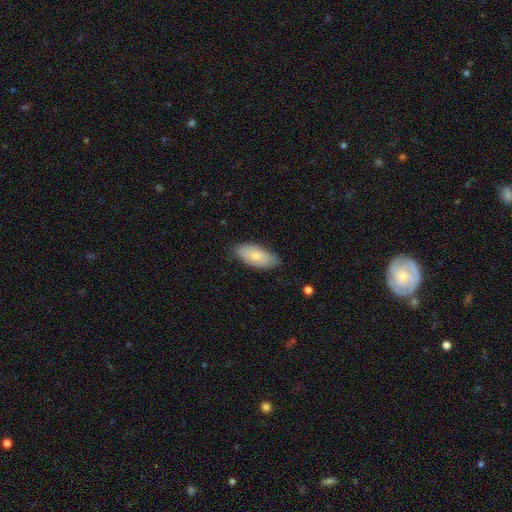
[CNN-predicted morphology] Smooth or featured? smooth (76%)
How rounded? in between (90%)
Merging? none (80%)